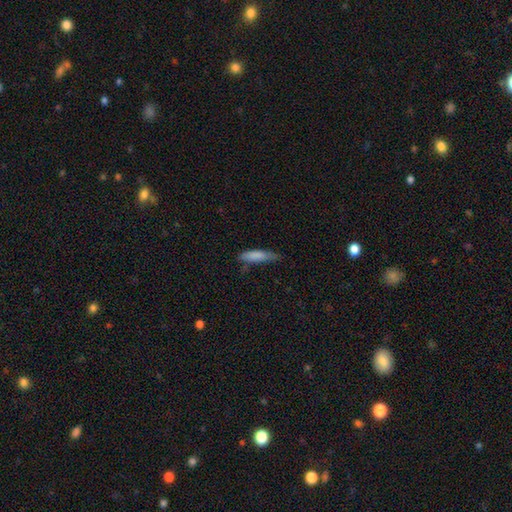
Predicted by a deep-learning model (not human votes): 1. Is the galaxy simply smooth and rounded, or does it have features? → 82% smooth, 12% featured or disk, 6% star or artifact.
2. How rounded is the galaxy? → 75% cigar-shaped, 23% in between, 1% round.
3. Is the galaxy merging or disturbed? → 62% none, 30% minor disturbance, 6% major disturbance, 3% merger.